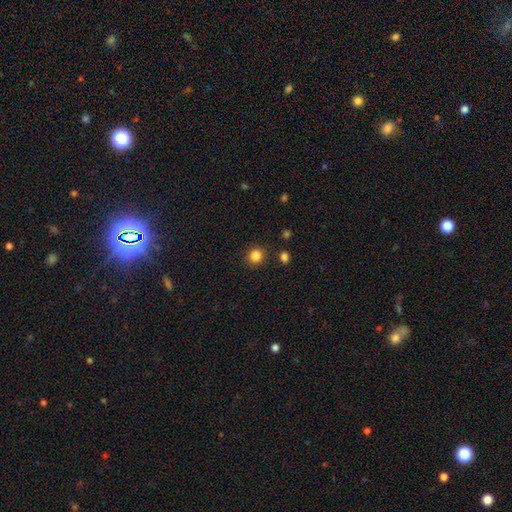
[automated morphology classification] smooth 85%, star or artifact 12%, featured or disk 4%. Down the decision tree: how rounded — round (90%); merging — none (89%).